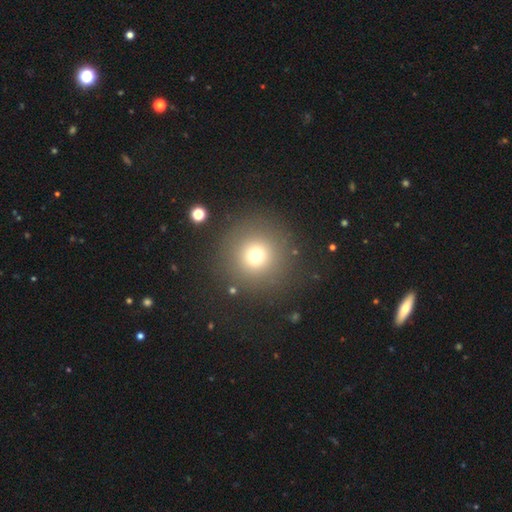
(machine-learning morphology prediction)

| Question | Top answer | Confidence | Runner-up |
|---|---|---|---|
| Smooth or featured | smooth | 71% | star or artifact (19%) |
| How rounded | round | 95% | in between (4%) |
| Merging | none | 87% | minor disturbance (6%) |